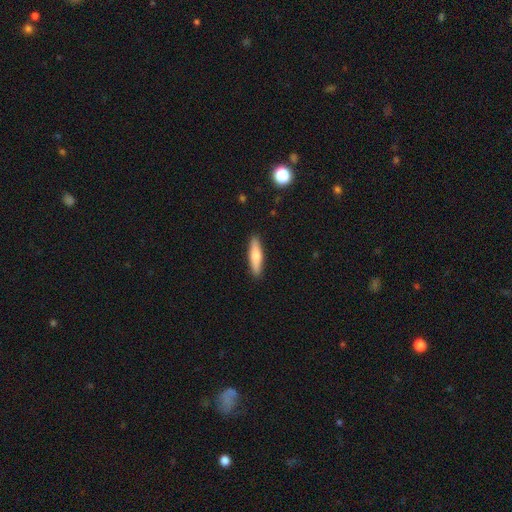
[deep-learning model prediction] A smooth galaxy with no disk features (68%) that is cigar-shaped (76%).

Vote fractions:
- Smooth or featured? smooth: 68% / featured or disk: 26% / star or artifact: 6%
- How rounded? cigar-shaped: 76% / in between: 23% / round: 2%
- Merging? none: 90% / minor disturbance: 7% / major disturbance: 2% / merger: 1%